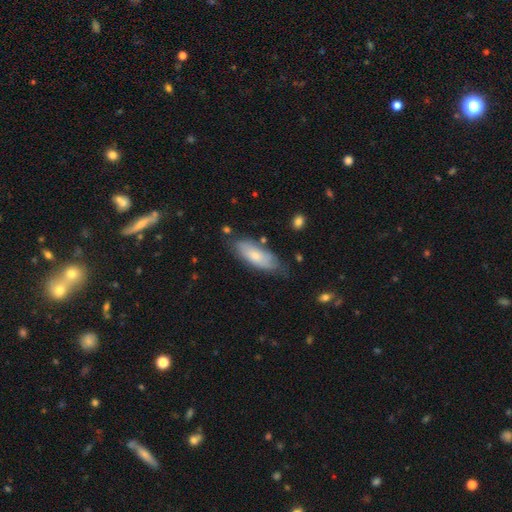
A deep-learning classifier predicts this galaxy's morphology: This appears to be a smooth galaxy with no disk features (69%) that is in between round and cigar-shaped (73%). Merging: none (65%).